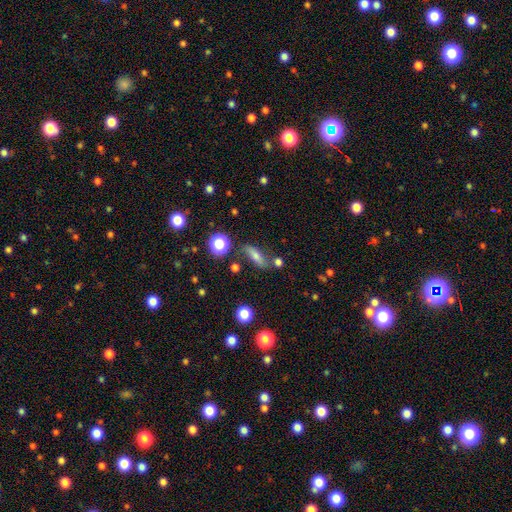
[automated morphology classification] smooth_or_featured: smooth (p=0.58) [alt: featured or disk p=0.28]
how_rounded: in between (p=0.47) [alt: cigar-shaped p=0.44]
merging: none (p=0.74) [alt: minor disturbance p=0.14]